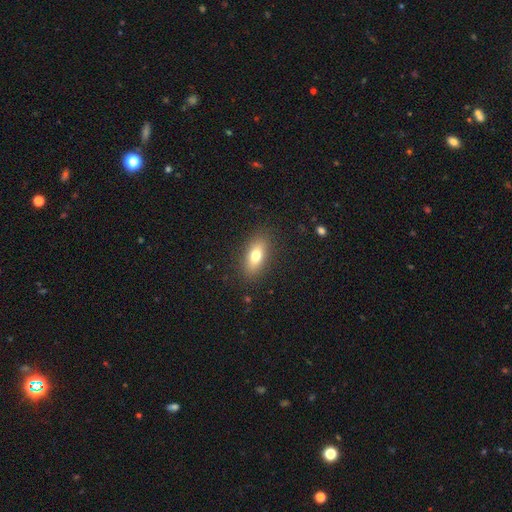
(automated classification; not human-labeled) Overall: smooth (74%). How rounded: in between (79%). Merging: none (87%).